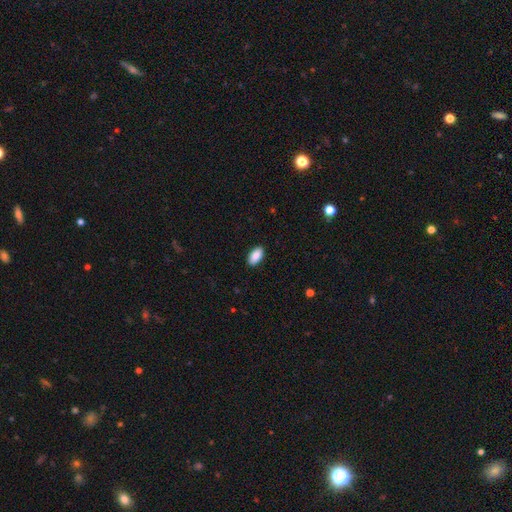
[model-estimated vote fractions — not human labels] A smooth galaxy with no disk features (89%) that is in between round and cigar-shaped (94%). Merging: none (90%).